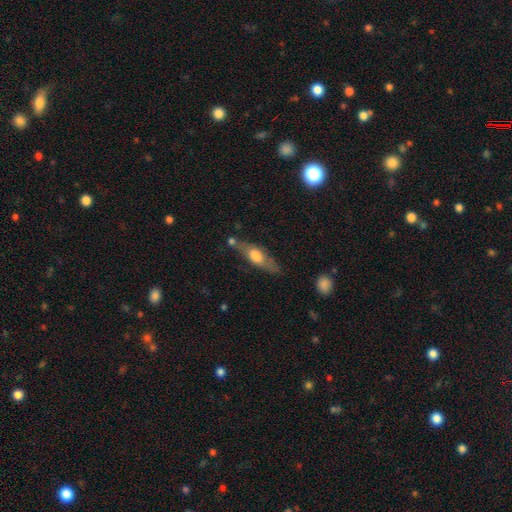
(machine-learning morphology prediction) Q: Smooth or featured?
A: featured or disk (47%); runner-up: smooth (46%)
Q: Merging?
A: none (63%); runner-up: minor disturbance (20%)